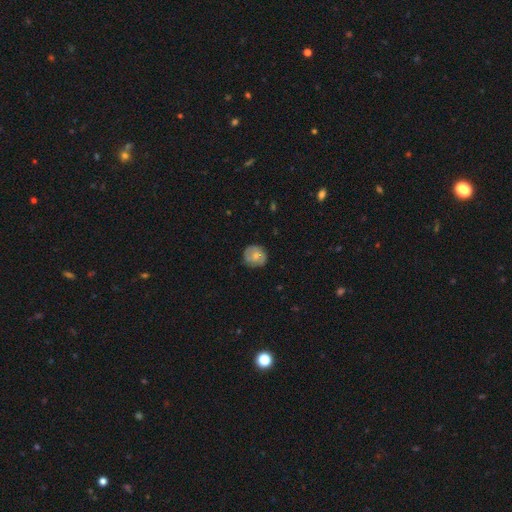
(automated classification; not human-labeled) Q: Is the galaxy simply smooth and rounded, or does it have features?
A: smooth — 62%.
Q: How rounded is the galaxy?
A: round — 86%.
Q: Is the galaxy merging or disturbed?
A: none — 78%.